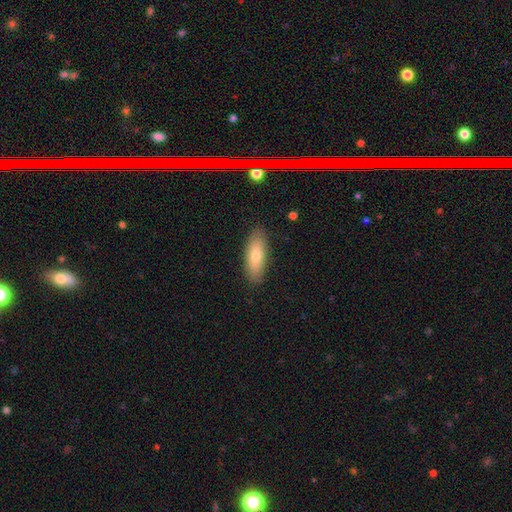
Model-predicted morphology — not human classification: Q: Smooth or featured?
A: smooth (73%); runner-up: featured or disk (21%)
Q: How rounded?
A: in between (67%); runner-up: cigar-shaped (30%)
Q: Merging?
A: none (87%); runner-up: minor disturbance (10%)